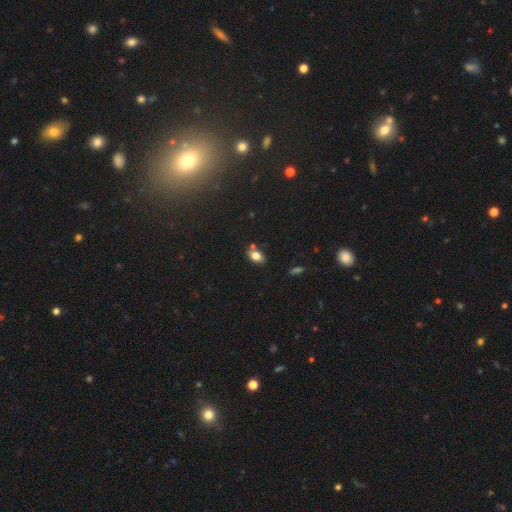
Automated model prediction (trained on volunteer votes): Smooth or featured? Predicted: smooth (p=0.80). How rounded? Predicted: in between (p=0.87). Merging? Predicted: none (p=0.68).